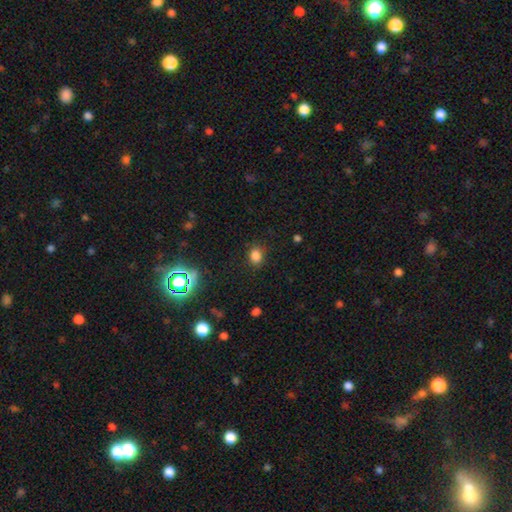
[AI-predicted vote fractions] Q: Smooth or featured?
A: smooth (79%); runner-up: star or artifact (16%)
Q: How rounded?
A: in between (55%); runner-up: round (43%)
Q: Merging?
A: none (83%); runner-up: minor disturbance (12%)